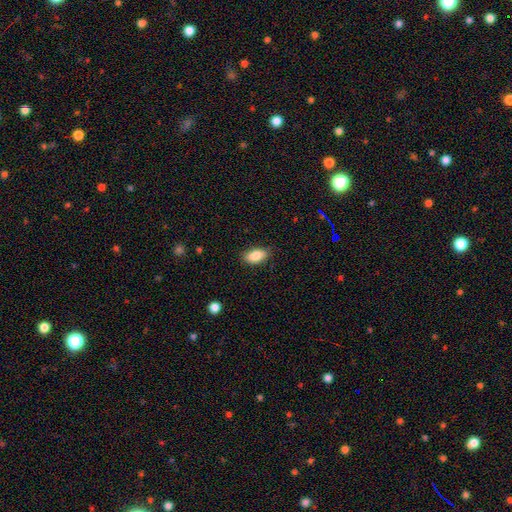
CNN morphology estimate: A smooth galaxy with no disk features (87%) that is in between round and cigar-shaped (91%). Merging: none (83%).